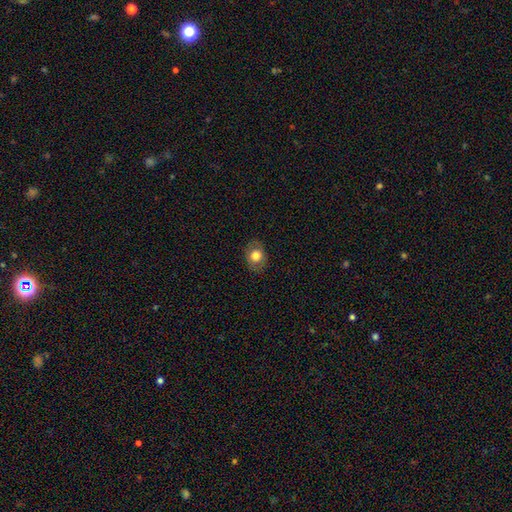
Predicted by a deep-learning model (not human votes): Q: Smooth or featured?
A: smooth (73%); runner-up: featured or disk (19%)
Q: How rounded?
A: in between (59%); runner-up: round (40%)
Q: Merging?
A: none (84%); runner-up: minor disturbance (12%)